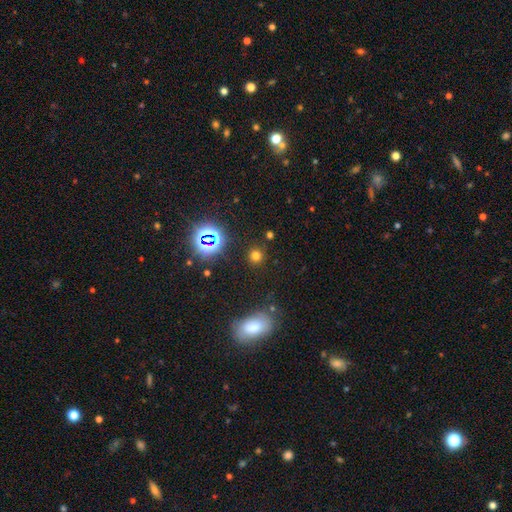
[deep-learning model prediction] Smooth or featured: smooth — 68% (star or artifact — 26%)
How rounded: round — 90% (in between — 9%)
Merging: none — 87% (minor disturbance — 7%)